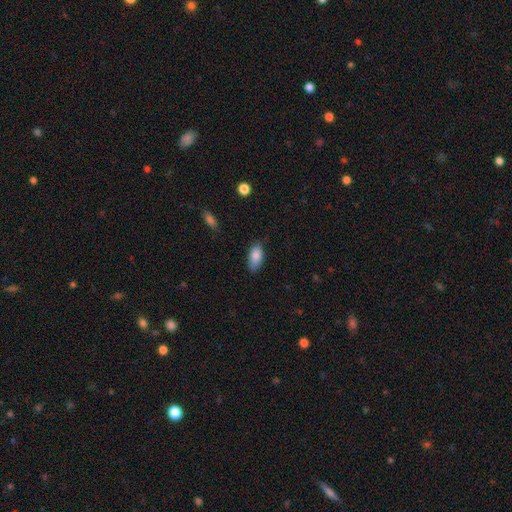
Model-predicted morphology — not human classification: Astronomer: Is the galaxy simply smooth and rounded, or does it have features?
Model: smooth — 86%.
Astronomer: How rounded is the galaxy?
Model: in between — 90%.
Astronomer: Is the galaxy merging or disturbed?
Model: none — 78%.